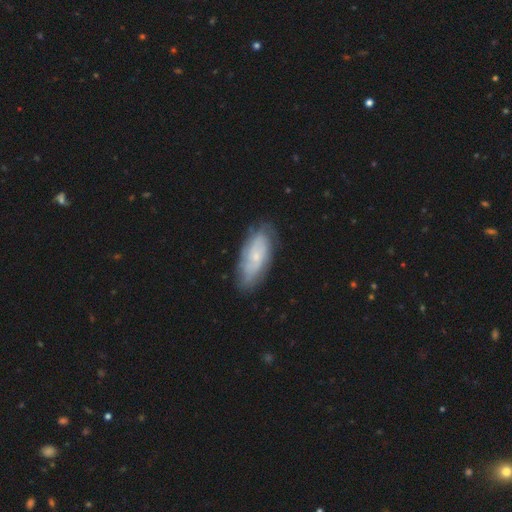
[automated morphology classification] This appears to be a featured or disk galaxy (55%). Merging: none (76%).